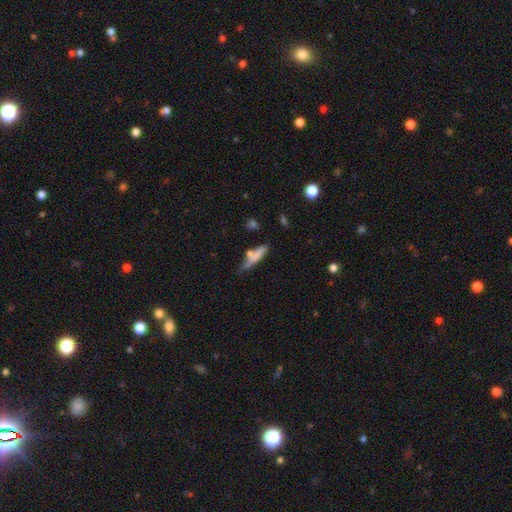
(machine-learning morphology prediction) type=smooth (66%); roundness=cigar-shaped (75%); merging=none (45%).